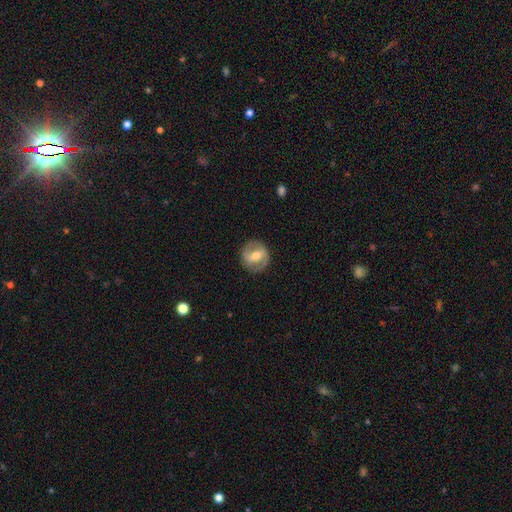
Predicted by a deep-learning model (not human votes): The model was most divided on "bar" (2-way tie): strong: 40%, weak: 40%, no: 20%. More confident: edge-on disk — no (96%); merging — none (84%); spiral arms — yes (74%); smooth or featured — featured or disk (67%); bulge size — moderate (59%).